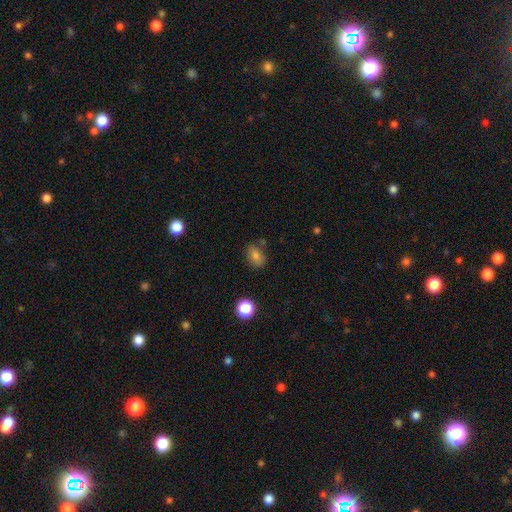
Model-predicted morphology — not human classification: type=smooth (79%); roundness=in between (74%); merging=none (73%).